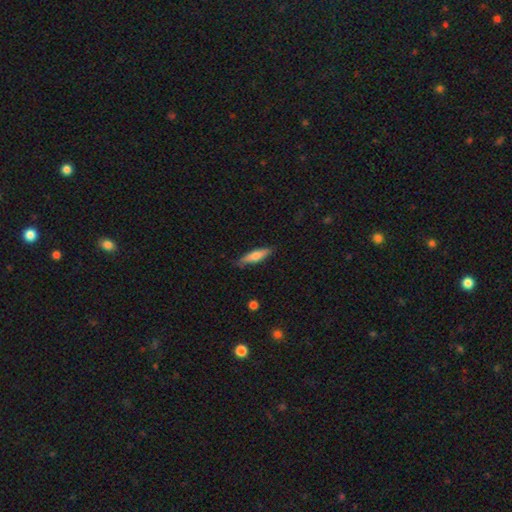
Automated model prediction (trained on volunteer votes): smooth_or_featured: smooth (p=0.67) [alt: featured or disk p=0.27]
how_rounded: cigar-shaped (p=0.72) [alt: in between p=0.26]
merging: none (p=0.80) [alt: minor disturbance p=0.16]